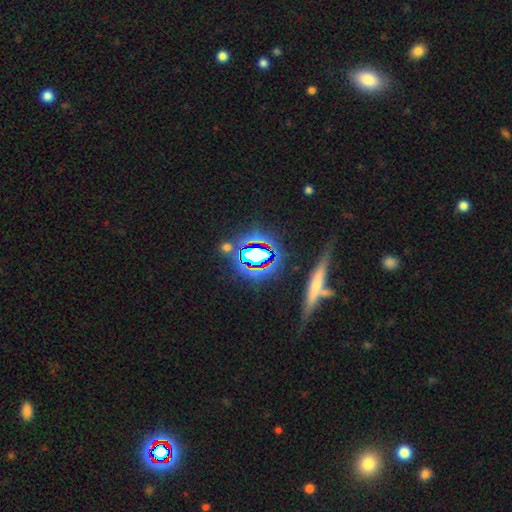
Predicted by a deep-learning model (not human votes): Morphology: type=star or artifact (59%).